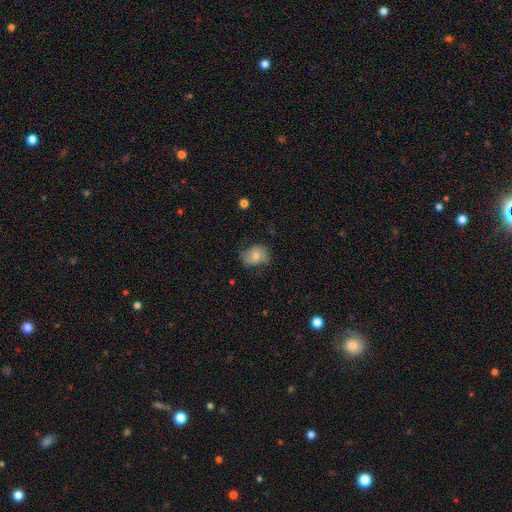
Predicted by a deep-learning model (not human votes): smooth-or-featured: smooth: 65% | featured or disk: 26% | star or artifact: 9%
  how-rounded: in between: 53% | round: 46% | cigar-shaped: 1%
  merging: none: 62% | minor disturbance: 27% | major disturbance: 10% | merger: 1%